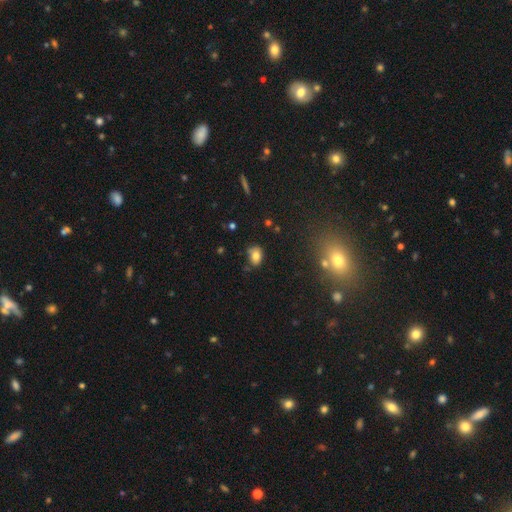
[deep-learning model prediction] A smooth galaxy with no disk features (78%) that is in between round and cigar-shaped (73%).

Vote fractions:
- Smooth or featured? smooth: 78% / star or artifact: 11% / featured or disk: 11%
- How rounded? in between: 73% / round: 25% / cigar-shaped: 1%
- Merging? none: 63% / minor disturbance: 26% / major disturbance: 6% / merger: 4%